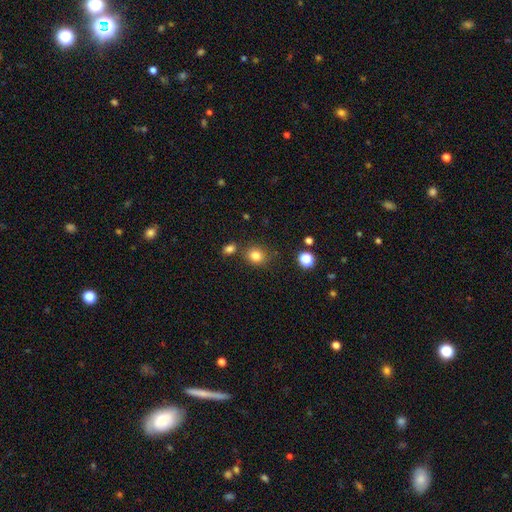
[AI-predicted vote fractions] Smooth or featured? smooth (82%)
How rounded? round (78%)
Merging? none (77%)